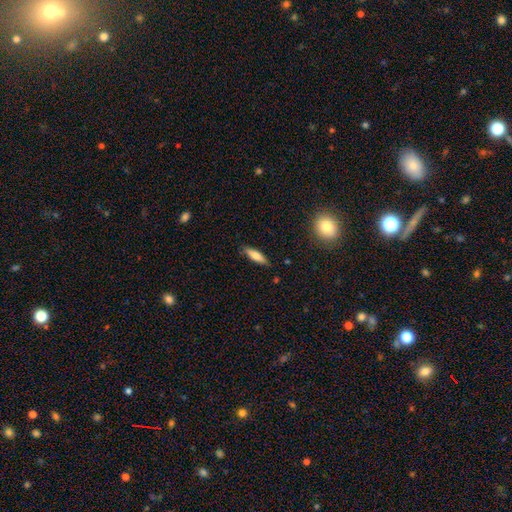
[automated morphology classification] Q: Smooth or featured?
A: smooth (73%); runner-up: featured or disk (21%)
Q: How rounded?
A: cigar-shaped (64%); runner-up: in between (34%)
Q: Merging?
A: none (84%); runner-up: minor disturbance (12%)